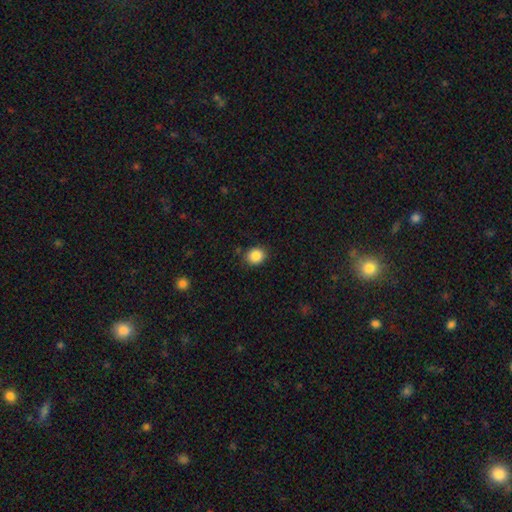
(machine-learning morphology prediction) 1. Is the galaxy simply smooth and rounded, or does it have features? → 87% smooth, 10% star or artifact, 4% featured or disk.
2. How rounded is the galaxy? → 75% round, 24% in between, 1% cigar-shaped.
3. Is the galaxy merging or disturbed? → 86% none, 10% minor disturbance, 3% major disturbance, 2% merger.